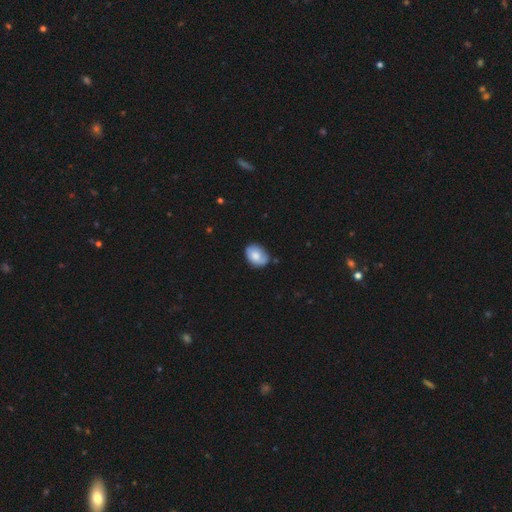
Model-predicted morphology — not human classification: Smooth or featured? Predicted: smooth (p=0.69). How rounded? Predicted: in between (p=0.73). Merging? Predicted: none (p=0.65).